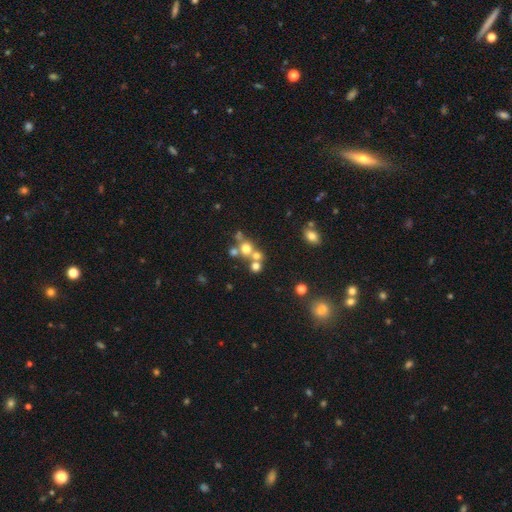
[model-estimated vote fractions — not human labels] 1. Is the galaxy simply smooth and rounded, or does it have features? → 43% smooth, 35% star or artifact, 23% featured or disk.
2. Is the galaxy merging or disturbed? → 47% none, 39% merger, 8% minor disturbance, 5% major disturbance.